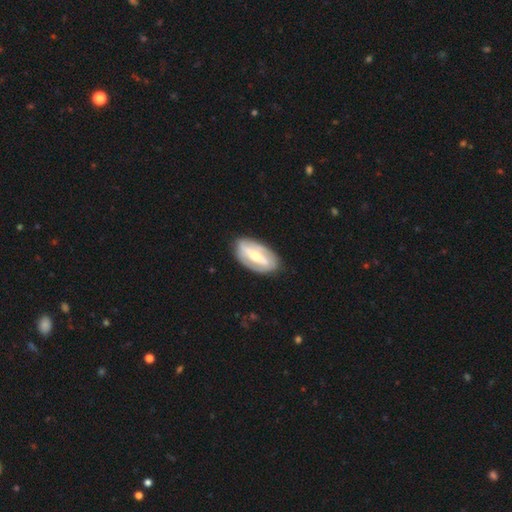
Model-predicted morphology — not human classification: Smooth or featured?
  - featured or disk: 73% *
  - smooth: 23%
  - star or artifact: 5%
Edge-on disk?
  - no: 90% *
  - yes: 10%
Bar?
  - strong: 64% *
  - weak: 23%
  - no: 13%
Spiral arms?
  - yes: 66% *
  - no: 34%
Bulge size?
  - moderate: 57% *
  - small: 35%
  - large: 5%
  - none: 1%
  - dominant: 1%
Merging?
  - none: 82% *
  - minor disturbance: 13%
  - major disturbance: 4%
  - merger: 1%